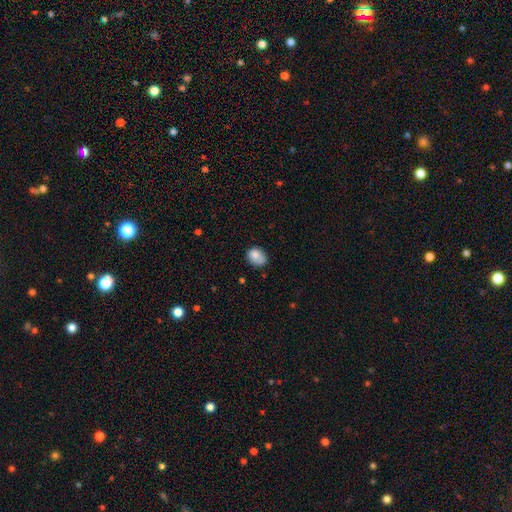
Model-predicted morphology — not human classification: smooth 81%, featured or disk 10%, star or artifact 9%. Down the decision tree: how rounded — in between (54%); merging — none (55%).